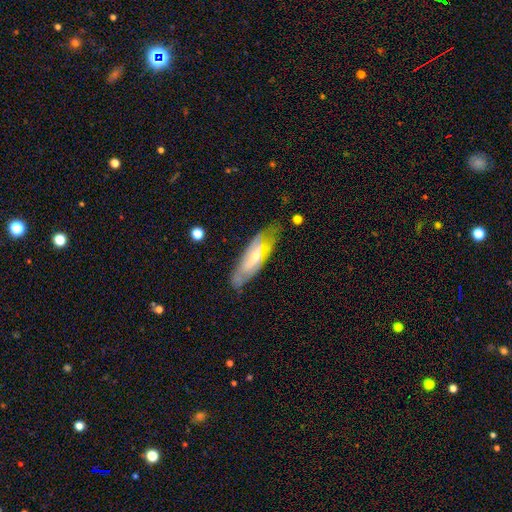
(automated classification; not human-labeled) Smooth or featured?
  - featured or disk: 61% *
  - smooth: 32%
  - star or artifact: 7%
Edge-on disk?
  - no: 64% *
  - yes: 36%
Merging?
  - none: 62% *
  - minor disturbance: 25%
  - major disturbance: 10%
  - merger: 3%